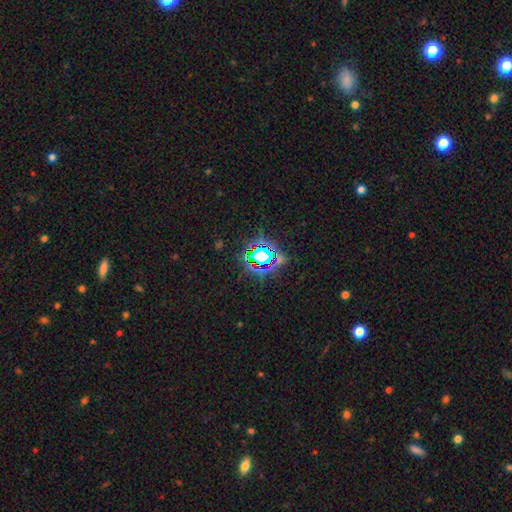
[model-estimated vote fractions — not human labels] Smooth or featured? star or artifact (74%)